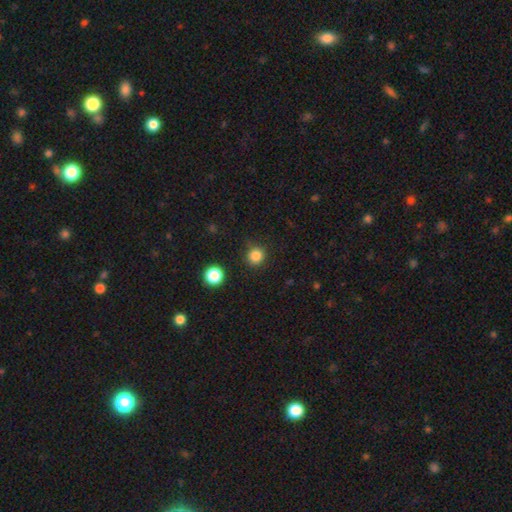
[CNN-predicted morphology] Q: Smooth or featured?
A: smooth (84%); runner-up: star or artifact (13%)
Q: How rounded?
A: round (93%); runner-up: in between (6%)
Q: Merging?
A: none (88%); runner-up: minor disturbance (7%)